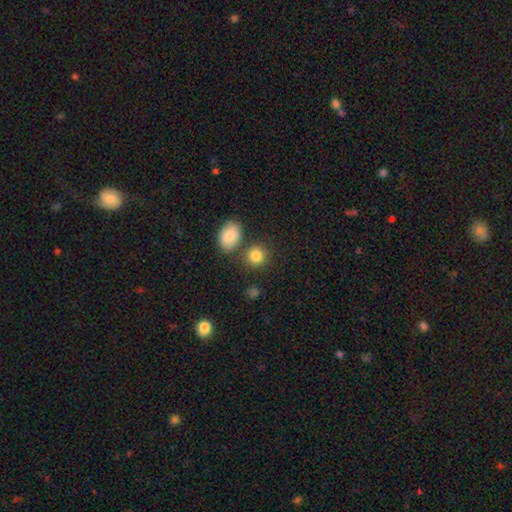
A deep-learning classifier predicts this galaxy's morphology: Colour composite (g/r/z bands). It shows a smooth galaxy with no disk features (85%) that is round (81%). Merging: none (75%).